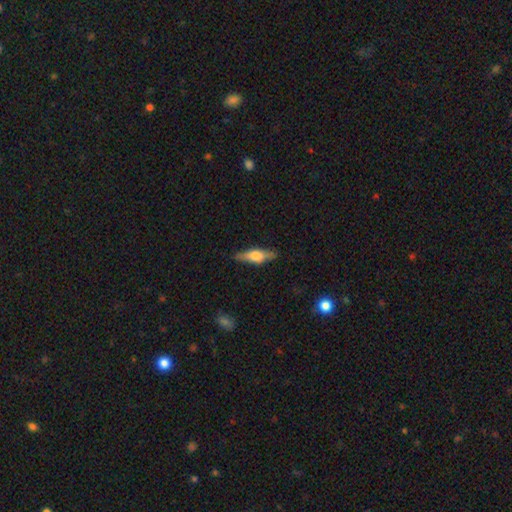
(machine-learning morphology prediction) A featured or disk galaxy (52%) viewed edge-on (93%). Merging: none (86%).